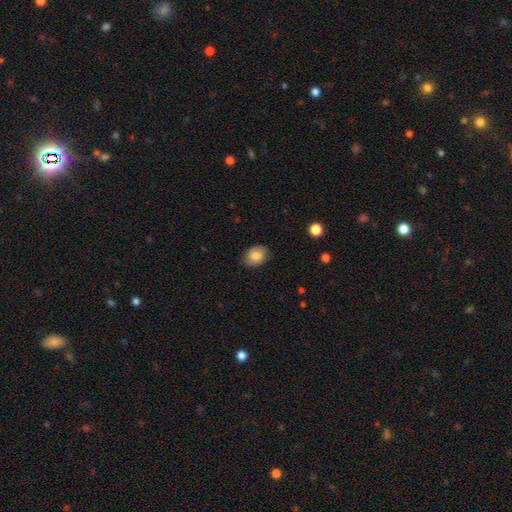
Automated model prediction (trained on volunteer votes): A smooth galaxy with no disk features (73%) that is in between round and cigar-shaped (72%).

Vote fractions:
- Smooth or featured? smooth: 73% / featured or disk: 19% / star or artifact: 8%
- How rounded? in between: 72% / round: 27% / cigar-shaped: 1%
- Merging? none: 80% / minor disturbance: 16% / major disturbance: 3% / merger: 1%